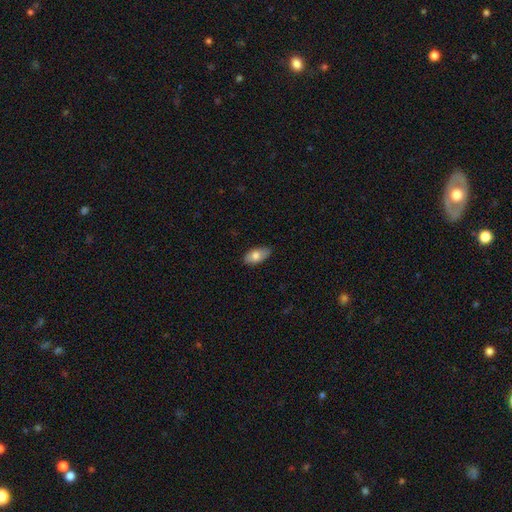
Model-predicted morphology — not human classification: A smooth galaxy with no disk features (76%) that is in between round and cigar-shaped (93%). Merging: none (82%).